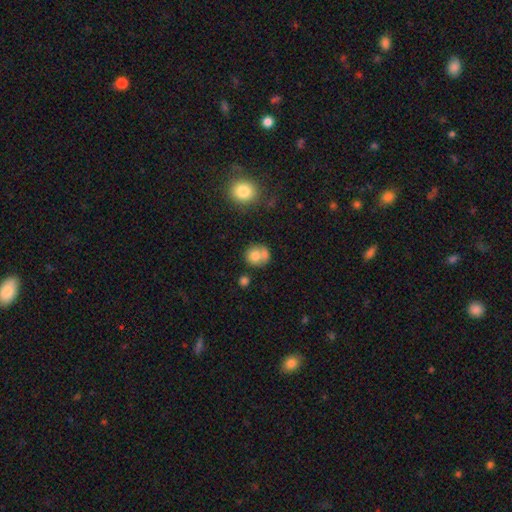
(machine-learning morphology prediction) Q: Smooth or featured?
A: smooth (73%); runner-up: featured or disk (17%)
Q: How rounded?
A: round (82%); runner-up: in between (17%)
Q: Merging?
A: none (46%); runner-up: merger (36%)